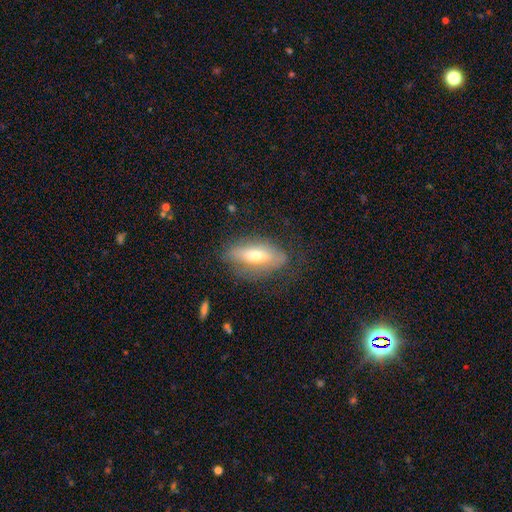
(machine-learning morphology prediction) A smooth galaxy with no disk features (60%) that is in between round and cigar-shaped (76%). Merging: none (66%).